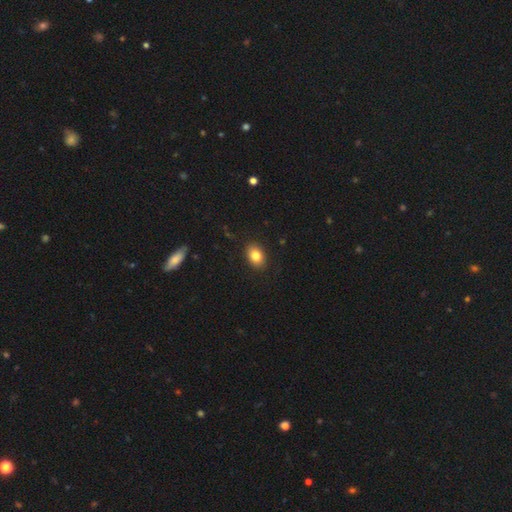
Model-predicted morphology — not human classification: smooth-or-featured: smooth: 83% | star or artifact: 9% | featured or disk: 8%
  how-rounded: in between: 75% | round: 24% | cigar-shaped: 1%
  merging: none: 89% | minor disturbance: 8% | major disturbance: 2% | merger: 1%